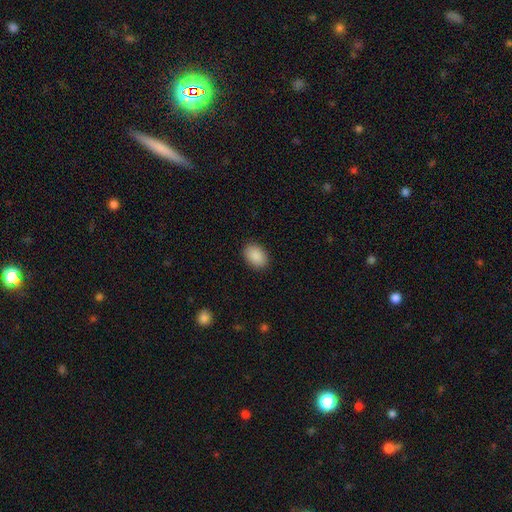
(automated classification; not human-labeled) A smooth galaxy with no disk features (90%) that is in between round and cigar-shaped (83%). Merging: none (90%).